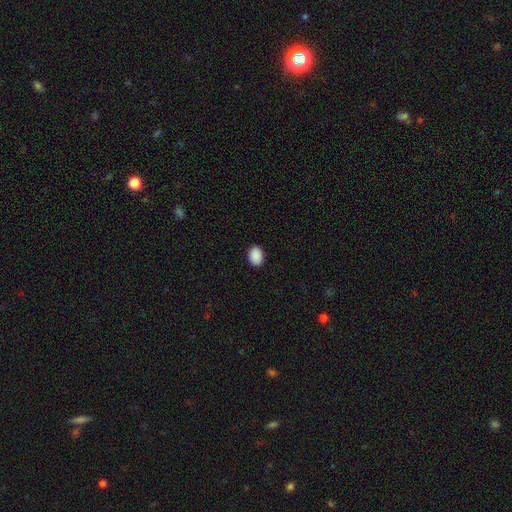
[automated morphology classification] A smooth galaxy with no disk features (90%) that is in between round and cigar-shaped (73%).

Vote fractions:
- Smooth or featured? smooth: 90% / star or artifact: 8% / featured or disk: 2%
- How rounded? in between: 73% / round: 26% / cigar-shaped: 1%
- Merging? none: 90% / minor disturbance: 7% / major disturbance: 2% / merger: 1%